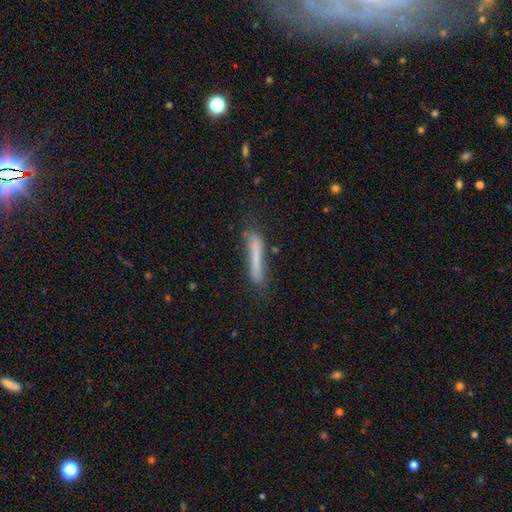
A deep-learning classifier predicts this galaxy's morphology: A smooth galaxy with no disk features (66%) that is cigar-shaped (95%). Merging: none (68%).